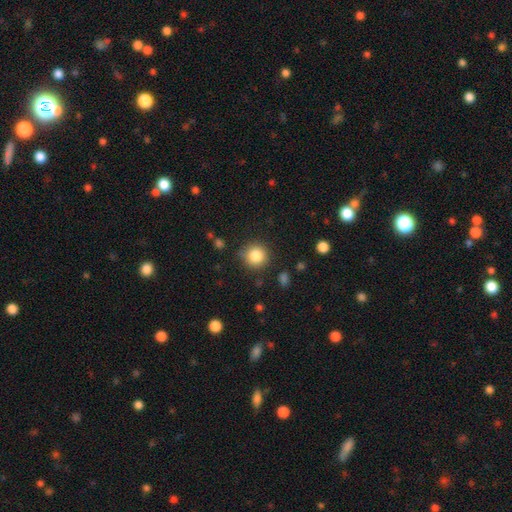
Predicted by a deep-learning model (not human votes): smooth-or-featured: smooth: 84% | star or artifact: 10% | featured or disk: 6%
  how-rounded: round: 93% | in between: 6% | cigar-shaped: 1%
  merging: none: 85% | minor disturbance: 9% | major disturbance: 3% | merger: 2%